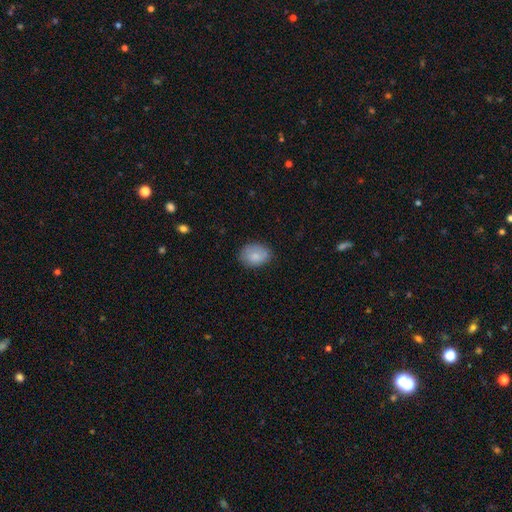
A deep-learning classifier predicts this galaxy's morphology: type=smooth (83%); roundness=in between (66%); merging=none (77%).